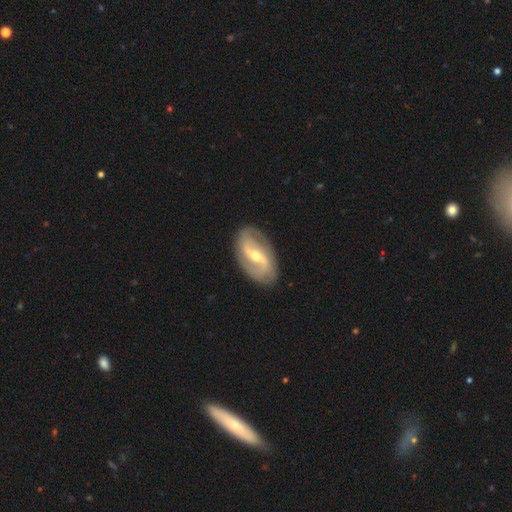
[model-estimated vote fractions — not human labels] This appears to be a featured or disk galaxy (85%) with a strong bar (48%), 2 (89%) loose (45%) spiral arms (91%) and a moderate central bulge (52%). Merging: none (84%).